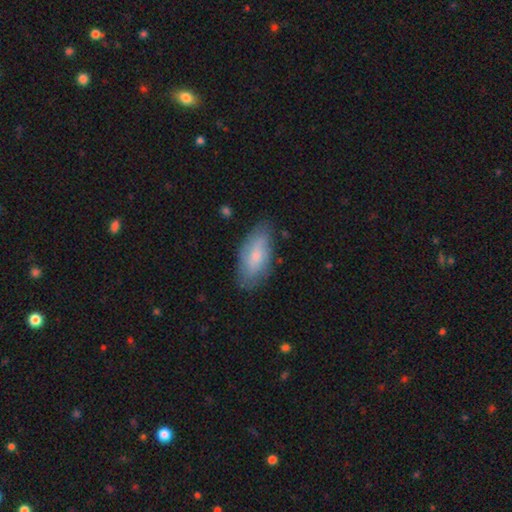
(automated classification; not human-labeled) Smooth or featured: smooth — 59% (featured or disk — 34%)
How rounded: in between — 87% (cigar-shaped — 11%)
Merging: none — 74% (minor disturbance — 20%)